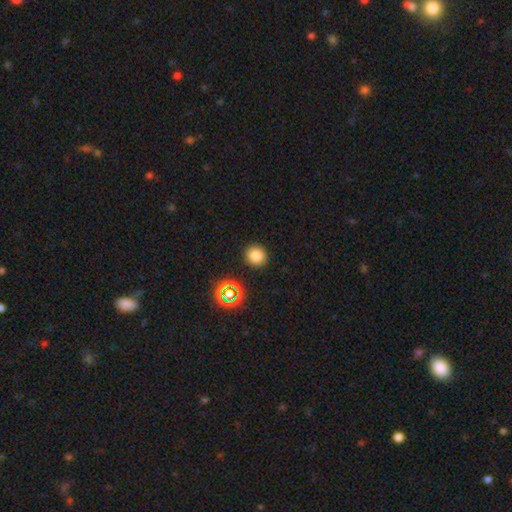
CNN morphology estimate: Smooth or featured? smooth (79%)
How rounded? round (91%)
Merging? none (89%)